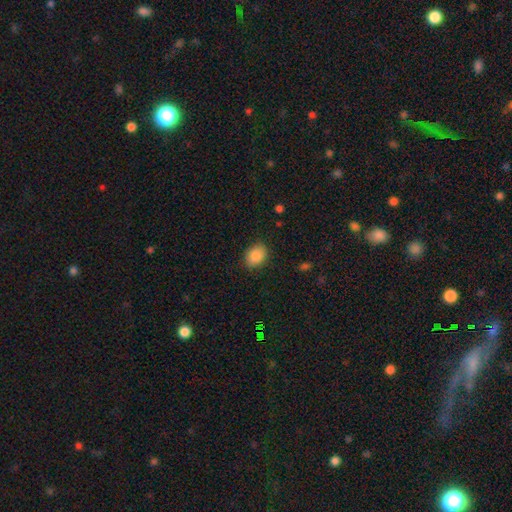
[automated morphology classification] A smooth galaxy with no disk features (87%) that is in between round and cigar-shaped (56%).

Vote fractions:
- Smooth or featured? smooth: 87% / star or artifact: 8% / featured or disk: 5%
- How rounded? in between: 56% / round: 43% / cigar-shaped: 1%
- Merging? none: 87% / minor disturbance: 10% / major disturbance: 3% / merger: 1%